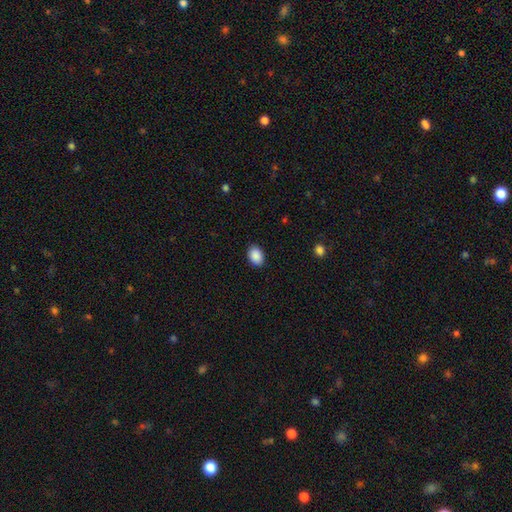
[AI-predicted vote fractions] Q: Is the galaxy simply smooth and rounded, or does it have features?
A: smooth — 90%.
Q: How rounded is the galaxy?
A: in between — 80%.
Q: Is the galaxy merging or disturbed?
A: none — 89%.